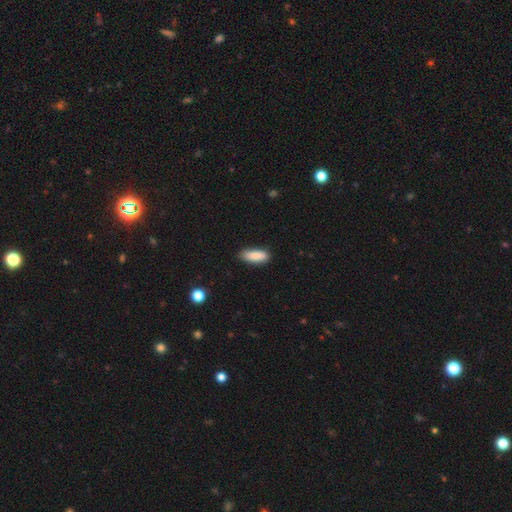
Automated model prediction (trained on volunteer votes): This is clearly a smooth galaxy (86%). How rounded: likely in between (71%). Merging: clearly none (83%).